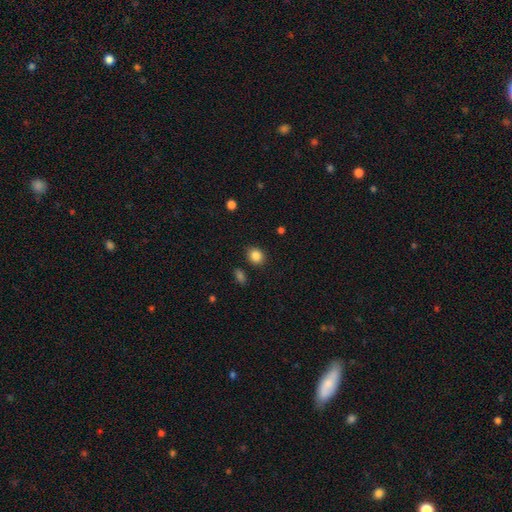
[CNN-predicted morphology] Q: Smooth or featured?
A: smooth (86%); runner-up: star or artifact (10%)
Q: How rounded?
A: round (69%); runner-up: in between (30%)
Q: Merging?
A: none (85%); runner-up: minor disturbance (10%)